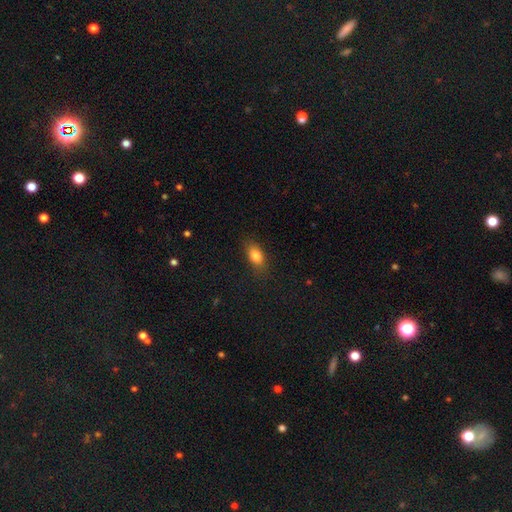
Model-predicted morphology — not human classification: A smooth galaxy with no disk features (82%) that is in between round and cigar-shaped (84%). Merging: none (82%).